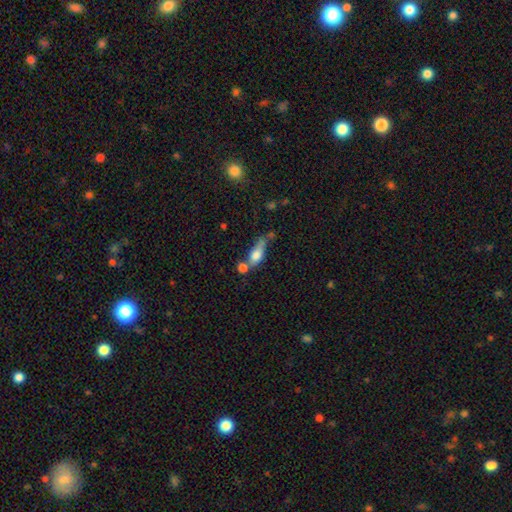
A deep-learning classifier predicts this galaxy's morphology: This appears to be a smooth galaxy with no disk features (69%) that is in between round and cigar-shaped (64%). Merging: merger (40%).